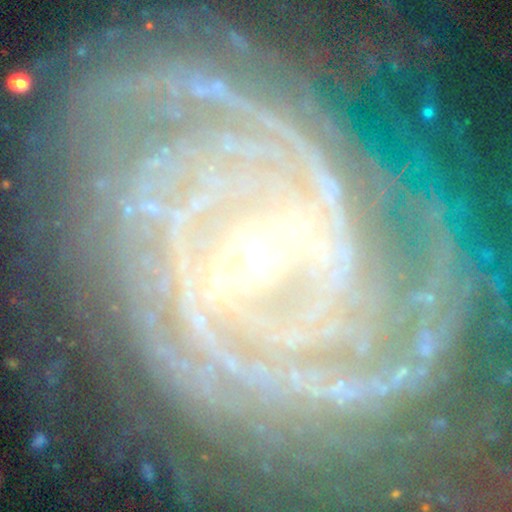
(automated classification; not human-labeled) This appears to be a featured or disk galaxy (91%) with a strong bar (42%), tight (72%) spiral arms (97%) and a small central bulge (73%). Merging: none (68%).